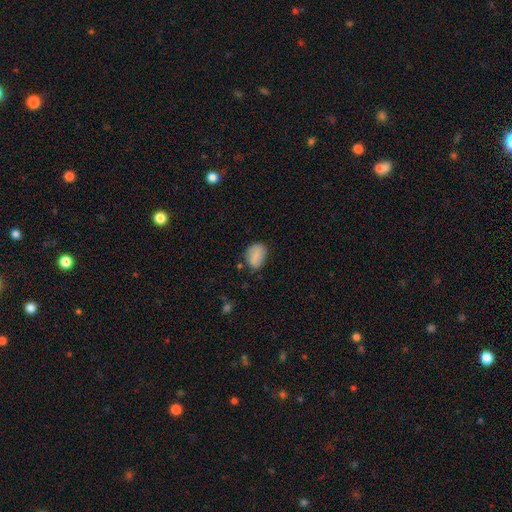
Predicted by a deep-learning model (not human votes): Smooth or featured? smooth (78%)
How rounded? in between (75%)
Merging? none (73%)